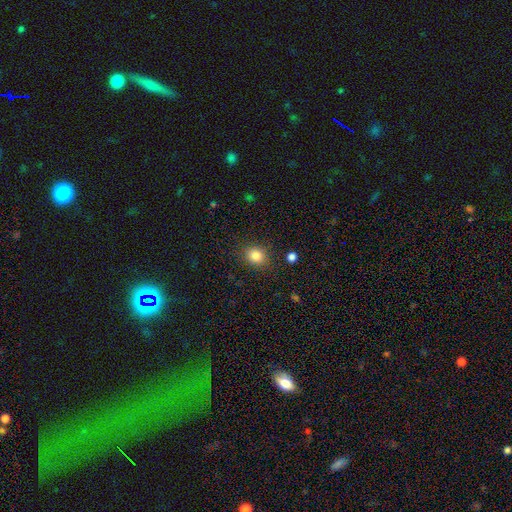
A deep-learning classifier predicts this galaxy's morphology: A smooth galaxy with no disk features (84%) that is round (69%). Merging: none (86%).